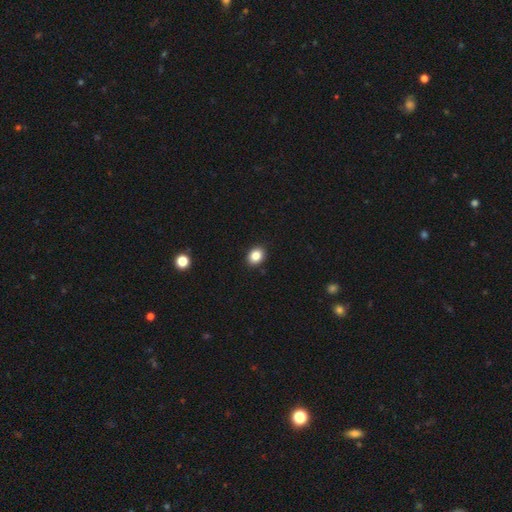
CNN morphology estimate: Smooth or featured? Predicted: smooth (p=0.85). How rounded? Predicted: in between (p=0.53). Merging? Predicted: none (p=0.91).